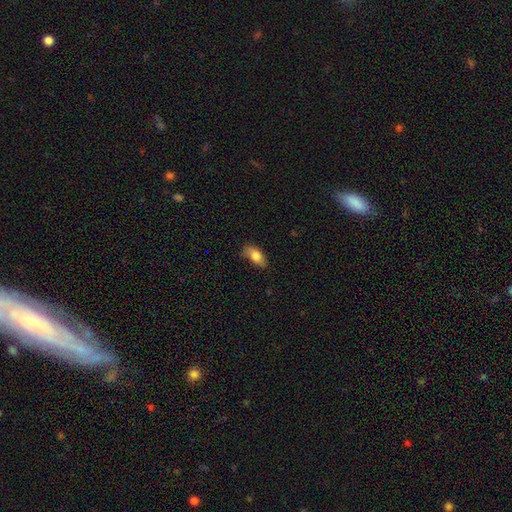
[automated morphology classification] This is likely a smooth galaxy (79%). How rounded: clearly in between (88%). Merging: possibly none (56%).